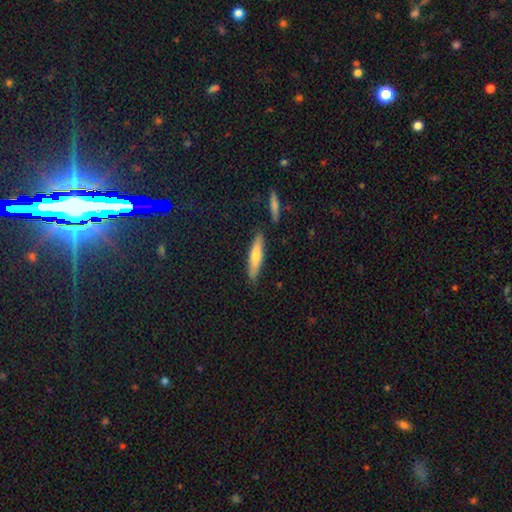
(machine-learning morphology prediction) smooth-or-featured: smooth: 62% | featured or disk: 31% | star or artifact: 7%
  how-rounded: cigar-shaped: 80% | in between: 18% | round: 2%
  merging: none: 84% | minor disturbance: 10% | merger: 4% | major disturbance: 2%